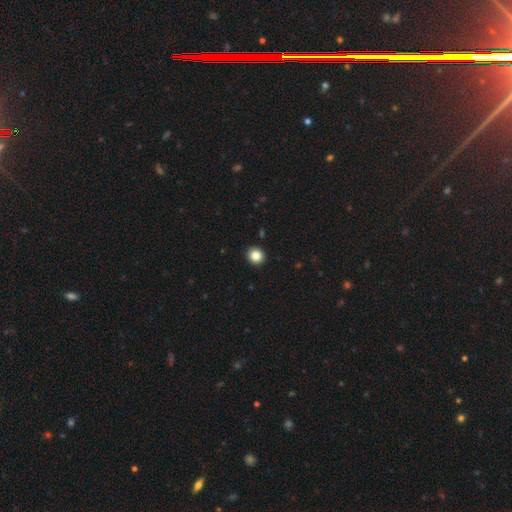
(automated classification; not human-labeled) Smooth or featured: smooth — 85% (star or artifact — 10%)
How rounded: round — 88% (in between — 12%)
Merging: none — 93% (minor disturbance — 5%)